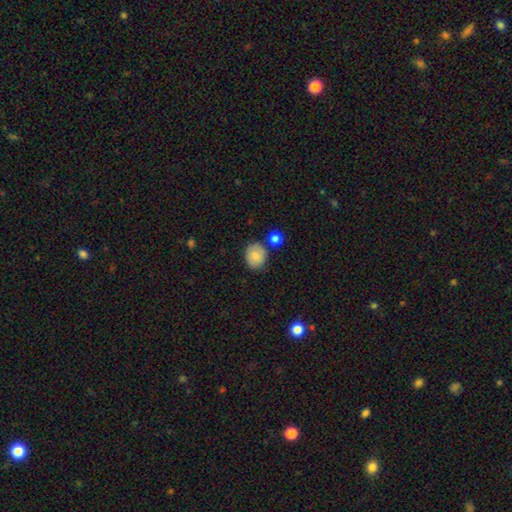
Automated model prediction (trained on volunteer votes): This is clearly a smooth galaxy (80%). How rounded: likely round (65%). Merging: likely none (77%).